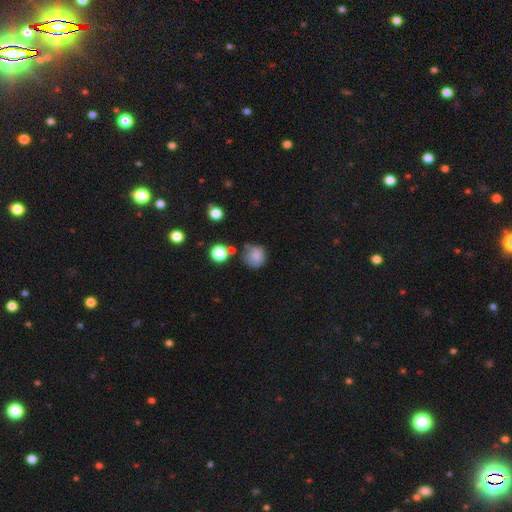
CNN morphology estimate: smooth-or-featured: smooth: 79% | star or artifact: 12% | featured or disk: 9%
  how-rounded: round: 83% | in between: 16% | cigar-shaped: 1%
  merging: none: 61% | minor disturbance: 23% | major disturbance: 8% | merger: 8%